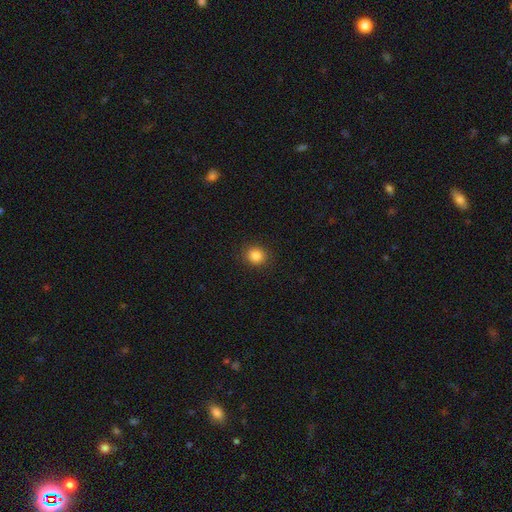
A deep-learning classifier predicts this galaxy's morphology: A smooth galaxy with no disk features (85%) that is round (81%).

Vote fractions:
- Smooth or featured? smooth: 85% / star or artifact: 11% / featured or disk: 4%
- How rounded? round: 81% / in between: 18% / cigar-shaped: 1%
- Merging? none: 90% / minor disturbance: 7% / major disturbance: 2% / merger: 1%